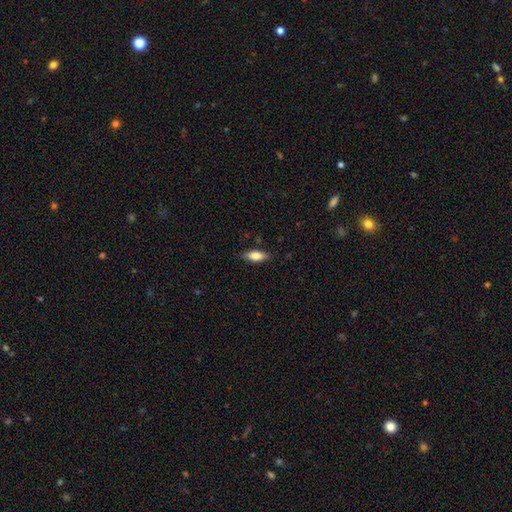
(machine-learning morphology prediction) A smooth galaxy with no disk features (77%) that is in between round and cigar-shaped (74%). Merging: none (84%).